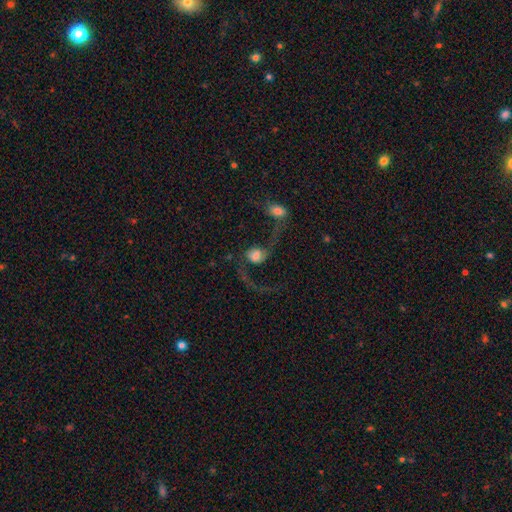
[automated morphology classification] A featured or disk galaxy (59%) with no bar (68%), spiral arms (81%) and a moderate central bulge (45%). Merging: merger (48%).